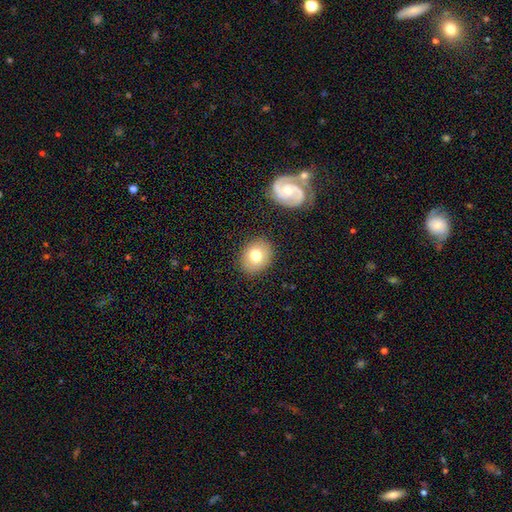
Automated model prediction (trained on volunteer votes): This is likely a smooth galaxy (74%). How rounded: possibly round (52%). Merging: clearly none (86%).